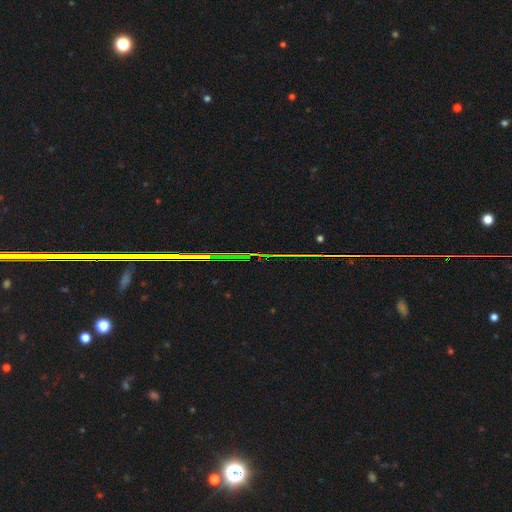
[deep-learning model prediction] smooth-or-featured: star or artifact: 84% | featured or disk: 8% | smooth: 8%